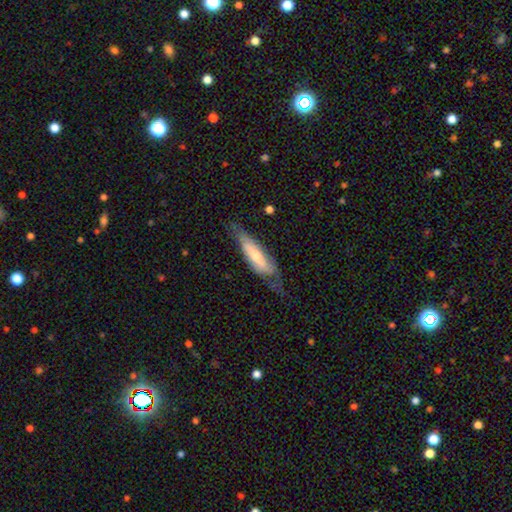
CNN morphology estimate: This appears to be a smooth galaxy with no disk features (49%). Merging: none (49%).